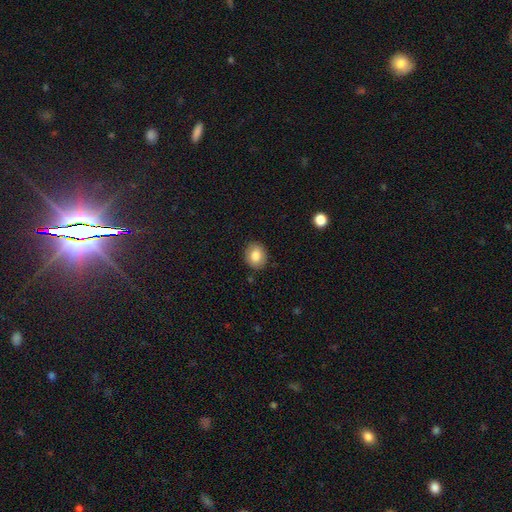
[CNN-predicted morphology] type=smooth (83%); roundness=round (67%); merging=none (89%).